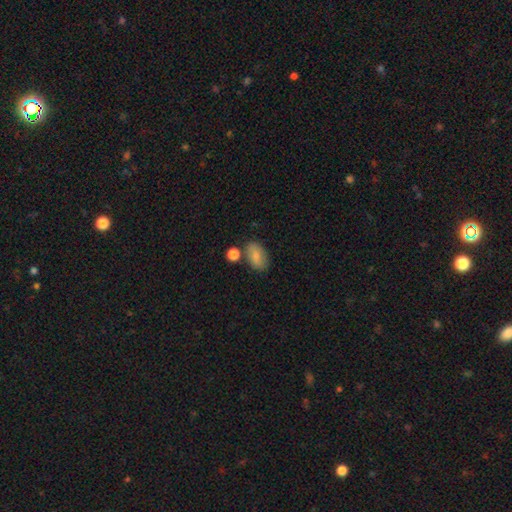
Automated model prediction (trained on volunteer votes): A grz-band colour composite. It shows a smooth galaxy with no disk features (81%) that is in between round and cigar-shaped (89%). Merging: none (69%).